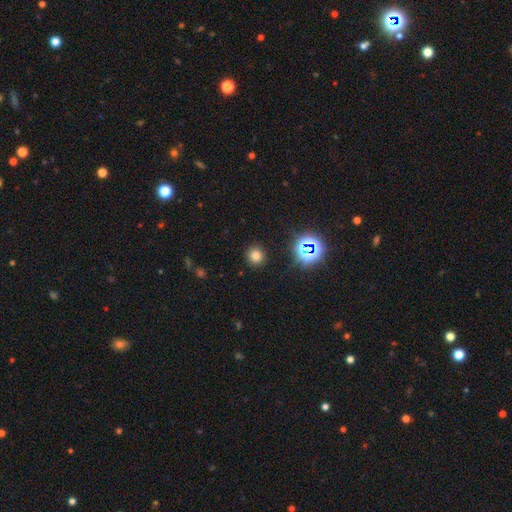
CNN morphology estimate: type=smooth (73%); roundness=round (90%); merging=none (89%).